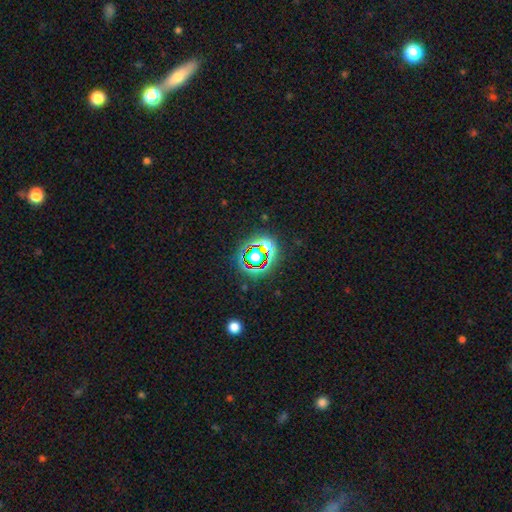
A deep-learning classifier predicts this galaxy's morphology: smooth_or_featured: star or artifact (p=0.66) [alt: smooth p=0.22]